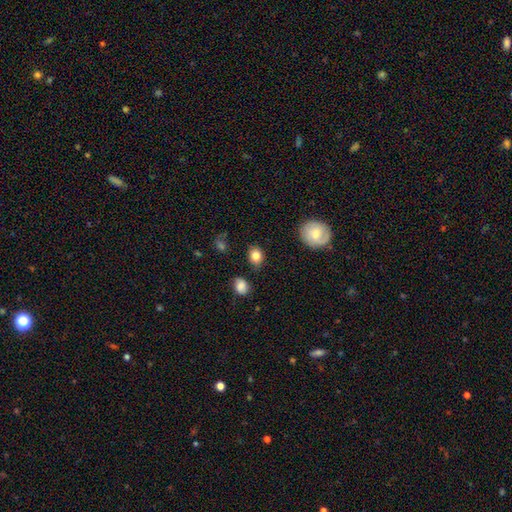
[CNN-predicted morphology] Q: Smooth or featured?
A: smooth (83%); runner-up: star or artifact (9%)
Q: How rounded?
A: in between (51%); runner-up: round (48%)
Q: Merging?
A: none (82%); runner-up: minor disturbance (12%)